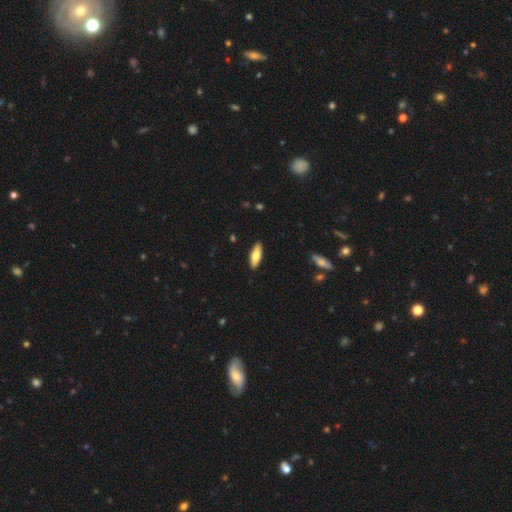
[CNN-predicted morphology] This appears to be a smooth galaxy with no disk features (71%) that is in between round and cigar-shaped (64%). Merging: none (90%).